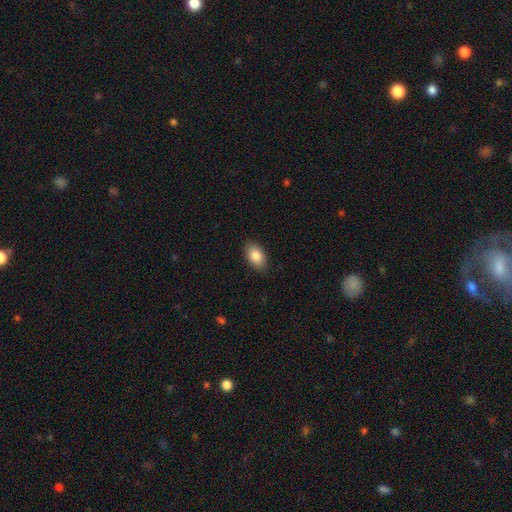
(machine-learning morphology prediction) Smooth or featured? smooth (85%)
How rounded? in between (91%)
Merging? none (88%)